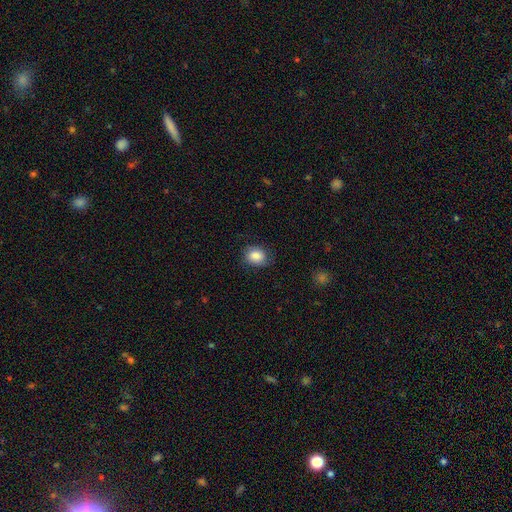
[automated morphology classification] Smooth or featured? Predicted: smooth (p=0.83). How rounded? Predicted: in between (p=0.50, tied with round). Merging? Predicted: none (p=0.76).